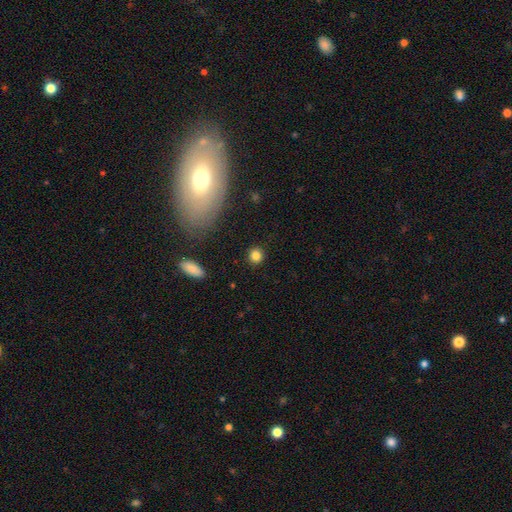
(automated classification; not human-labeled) A smooth galaxy with no disk features (84%) that is round (88%).

Vote fractions:
- Smooth or featured? smooth: 84% / star or artifact: 11% / featured or disk: 6%
- How rounded? round: 88% / in between: 11% / cigar-shaped: 1%
- Merging? none: 89% / minor disturbance: 7% / major disturbance: 2% / merger: 2%